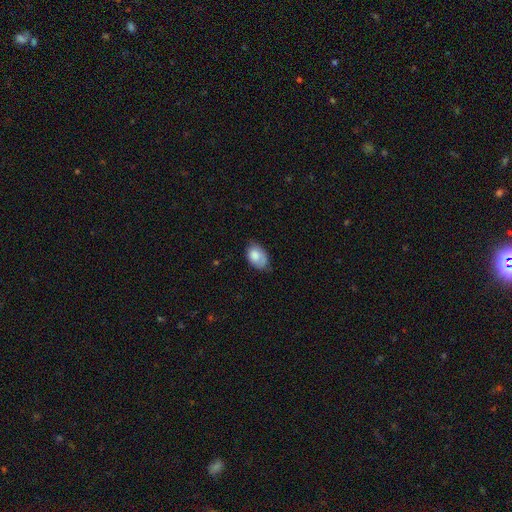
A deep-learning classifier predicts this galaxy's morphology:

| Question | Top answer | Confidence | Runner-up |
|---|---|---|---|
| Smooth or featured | smooth | 80% | featured or disk (12%) |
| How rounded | in between | 86% | round (13%) |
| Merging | none | 55% | minor disturbance (35%) |